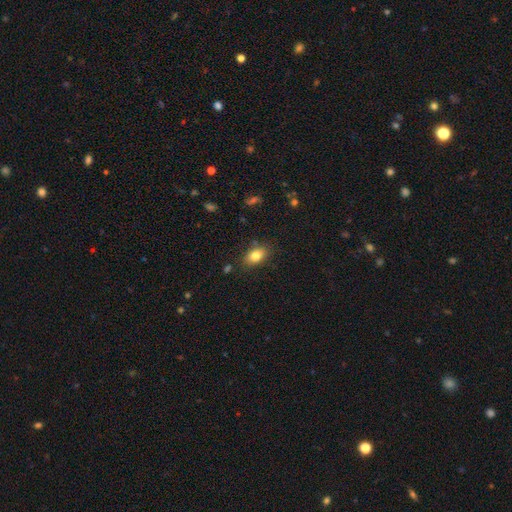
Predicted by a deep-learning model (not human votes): A smooth galaxy with no disk features (81%) that is in between round and cigar-shaped (86%).

Vote fractions:
- Smooth or featured? smooth: 81% / featured or disk: 10% / star or artifact: 9%
- How rounded? in between: 86% / round: 12% / cigar-shaped: 3%
- Merging? none: 82% / minor disturbance: 13% / major disturbance: 3% / merger: 2%